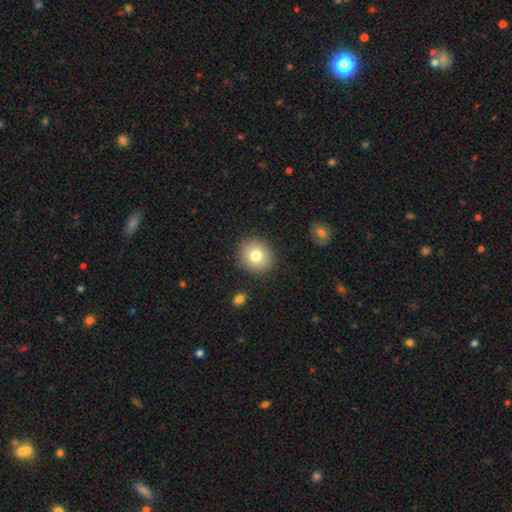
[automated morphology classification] A smooth galaxy with no disk features (78%) that is round (79%).

Vote fractions:
- Smooth or featured? smooth: 78% / featured or disk: 11% / star or artifact: 10%
- How rounded? round: 79% / in between: 20% / cigar-shaped: 1%
- Merging? none: 89% / minor disturbance: 7% / major disturbance: 2% / merger: 2%